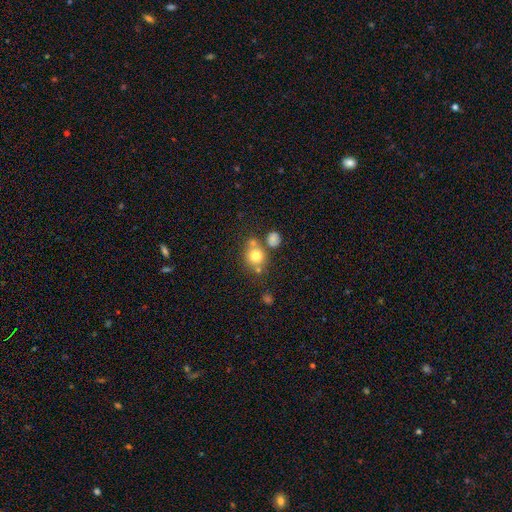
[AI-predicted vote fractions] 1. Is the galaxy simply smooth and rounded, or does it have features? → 75% smooth, 13% star or artifact, 12% featured or disk.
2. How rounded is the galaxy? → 81% round, 18% in between, 1% cigar-shaped.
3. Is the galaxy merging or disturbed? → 58% none, 25% merger, 12% minor disturbance, 5% major disturbance.